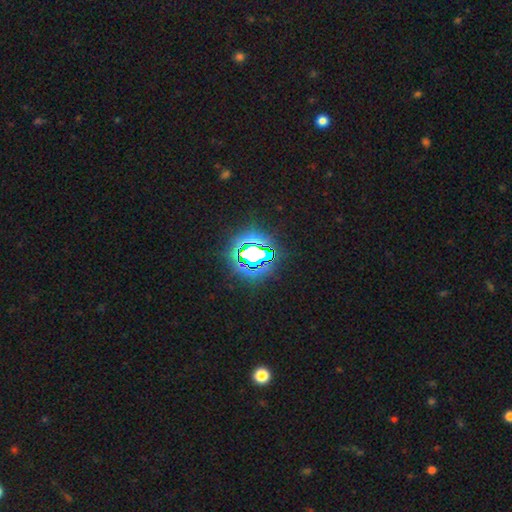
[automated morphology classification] type=star or artifact (75%).